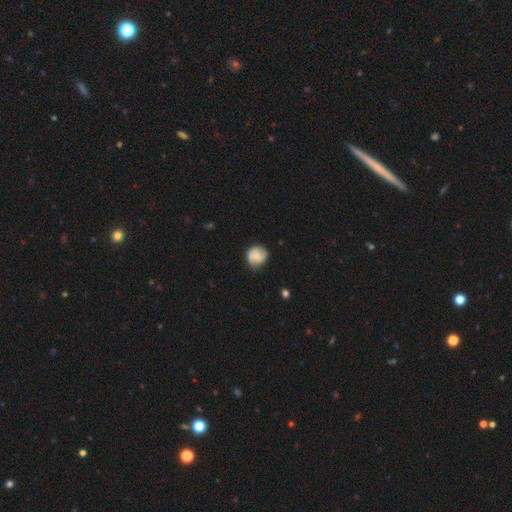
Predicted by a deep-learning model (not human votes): A smooth galaxy with no disk features (59%) that is round (83%). Merging: none (69%).